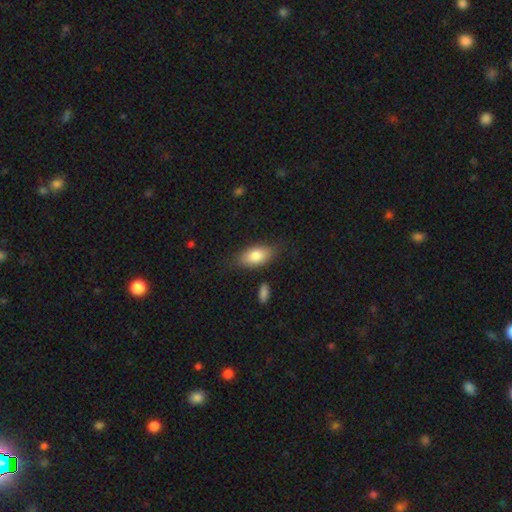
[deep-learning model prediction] smooth 82%, featured or disk 12%, star or artifact 6%. Down the decision tree: how rounded — in between (90%); merging — none (77%).